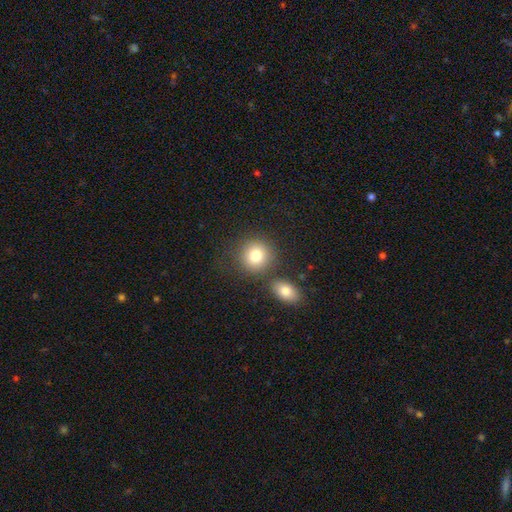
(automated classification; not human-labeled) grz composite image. It shows a smooth galaxy with no disk features (79%) that is round (86%). Merging: none (70%).